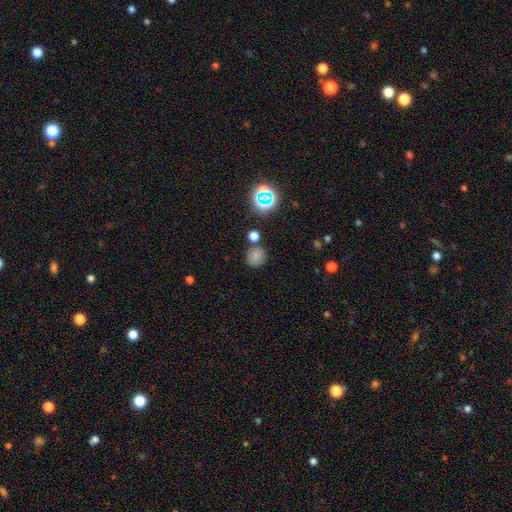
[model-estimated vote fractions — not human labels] smooth-or-featured: smooth: 74% | star or artifact: 19% | featured or disk: 7%
  how-rounded: round: 84% | in between: 15% | cigar-shaped: 1%
  merging: none: 73% | merger: 12% | minor disturbance: 11% | major disturbance: 4%